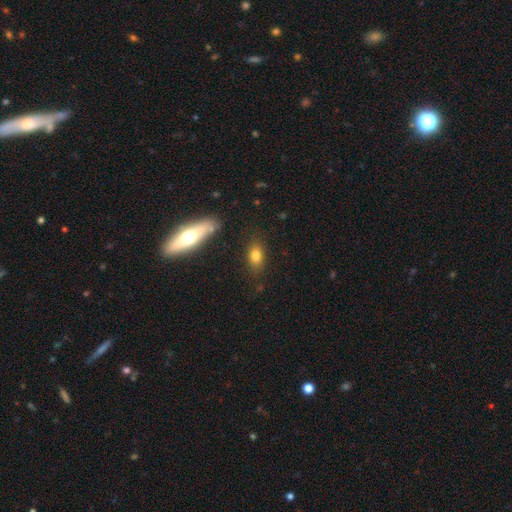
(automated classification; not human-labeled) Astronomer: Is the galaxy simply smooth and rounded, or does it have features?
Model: smooth — 77%.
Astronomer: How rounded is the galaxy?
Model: in between — 77%.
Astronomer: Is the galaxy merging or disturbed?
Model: none — 82%.